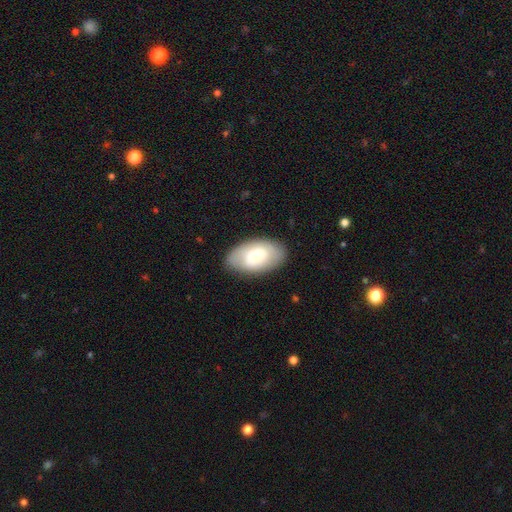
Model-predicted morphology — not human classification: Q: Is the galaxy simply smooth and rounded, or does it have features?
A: smooth — 71%.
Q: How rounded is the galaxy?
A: in between — 94%.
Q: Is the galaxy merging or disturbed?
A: none — 79%.